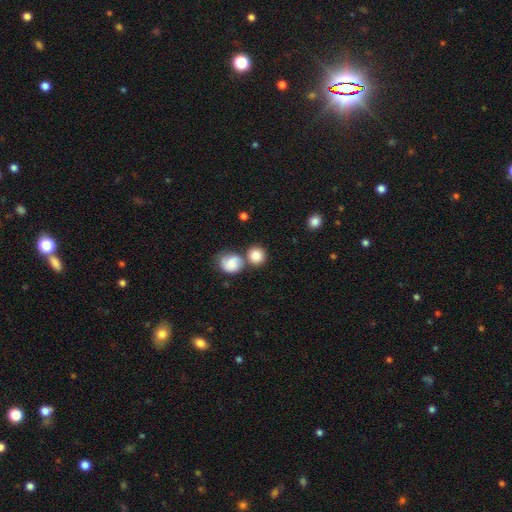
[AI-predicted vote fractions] Overall: smooth (86%). How rounded: round (85%). Merging: none (53%; merger 33%).